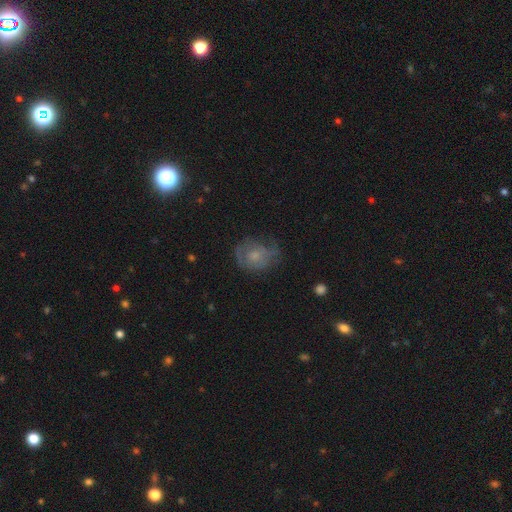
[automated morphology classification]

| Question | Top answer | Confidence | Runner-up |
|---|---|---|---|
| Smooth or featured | featured or disk | 46% | smooth (42%) |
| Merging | none | 57% | minor disturbance (26%) |